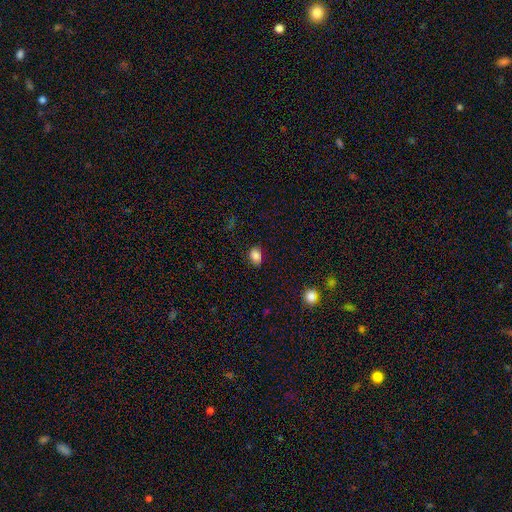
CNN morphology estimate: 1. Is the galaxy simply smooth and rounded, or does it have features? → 85% smooth, 11% star or artifact, 4% featured or disk.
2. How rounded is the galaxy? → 63% in between, 36% round, 1% cigar-shaped.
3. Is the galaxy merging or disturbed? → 81% none, 14% minor disturbance, 3% major disturbance, 1% merger.